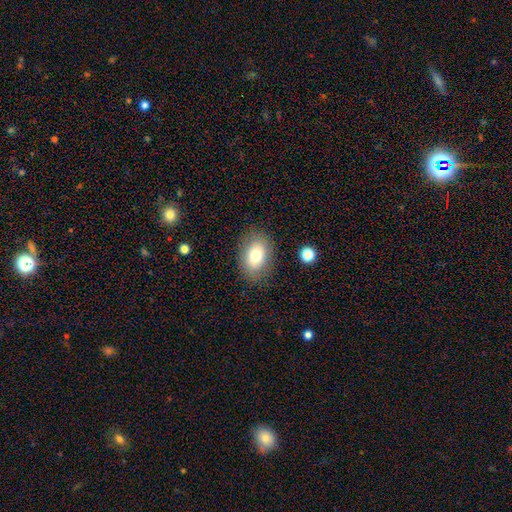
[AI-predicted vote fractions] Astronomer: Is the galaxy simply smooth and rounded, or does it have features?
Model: smooth — 75%.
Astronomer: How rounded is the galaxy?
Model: in between — 84%.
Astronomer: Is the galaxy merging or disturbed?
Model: none — 83%.